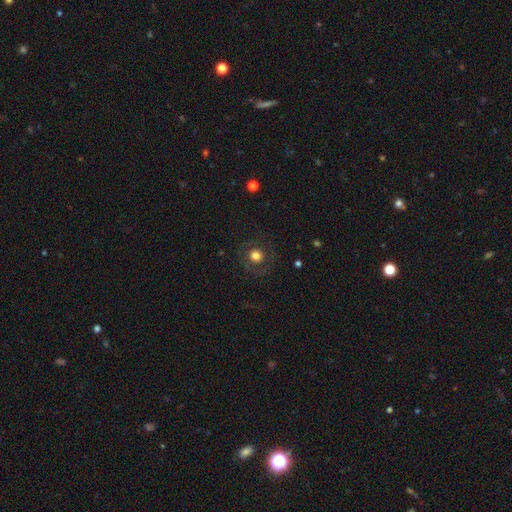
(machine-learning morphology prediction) smooth-or-featured: smooth: 63% | featured or disk: 25% | star or artifact: 12%
  how-rounded: round: 90% | in between: 9% | cigar-shaped: 1%
  merging: none: 80% | minor disturbance: 10% | major disturbance: 8% | merger: 1%